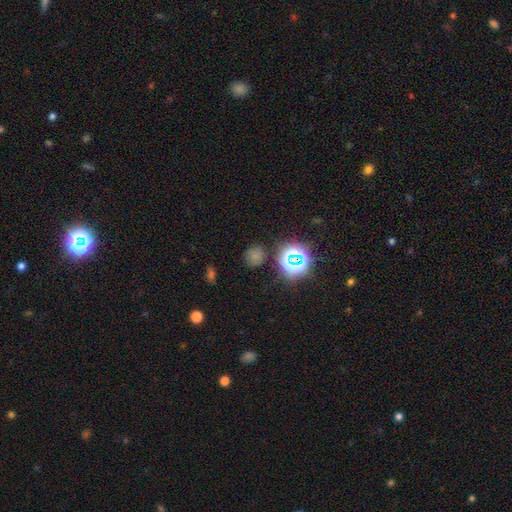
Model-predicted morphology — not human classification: type=smooth (61%); roundness=round (73%); merging=none (76%).